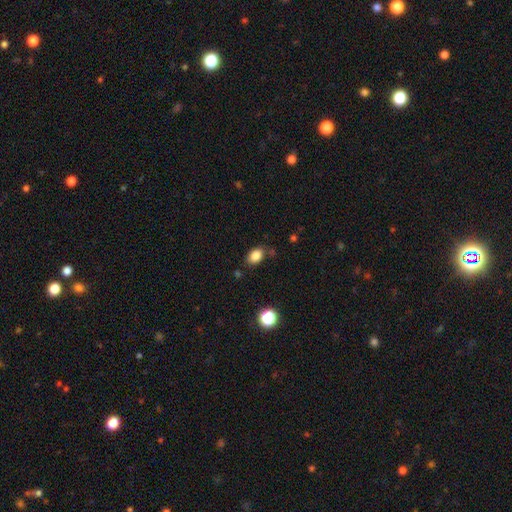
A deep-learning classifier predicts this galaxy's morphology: smooth 85%, star or artifact 10%, featured or disk 5%. Down the decision tree: how rounded — in between (79%); merging — none (78%).